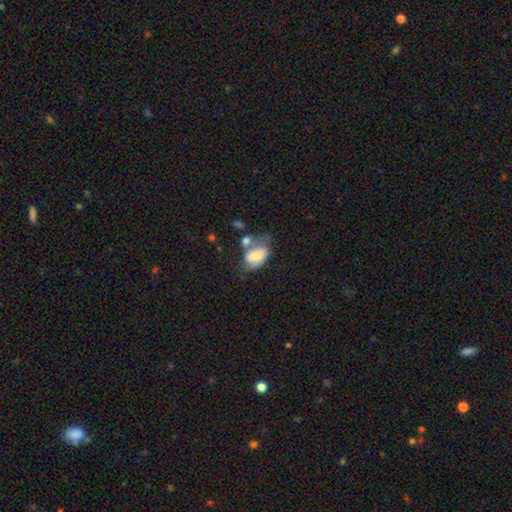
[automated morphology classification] This is possibly a smooth galaxy (56%). How rounded: clearly in between (88%). Merging: marginally none (31%).